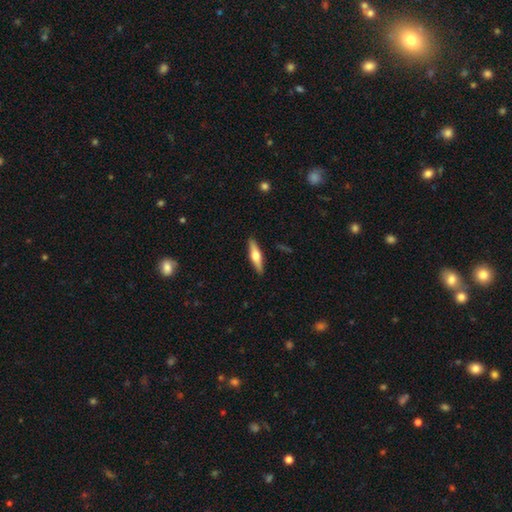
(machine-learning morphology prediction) type=featured or disk (57%); edge-on=yes (96%); edge-on bulge=rounded (94%); merging=none (91%).